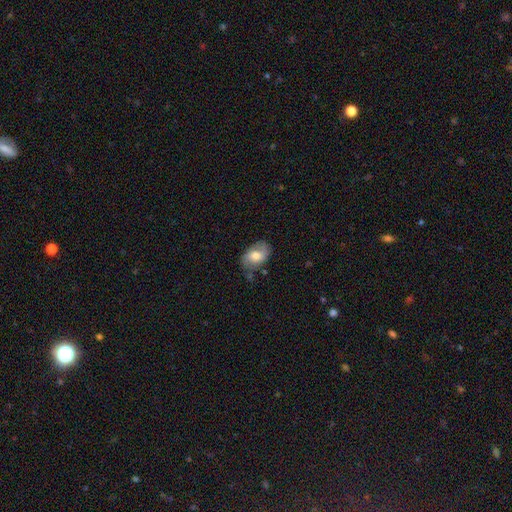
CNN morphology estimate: Smooth or featured? smooth (53%)
How rounded? in between (86%)
Merging? none (66%)